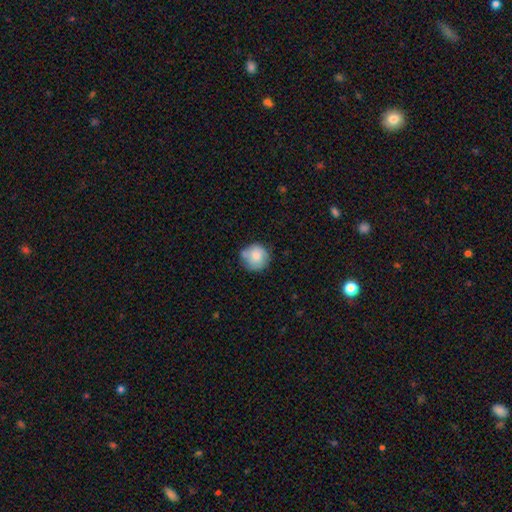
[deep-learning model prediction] Smooth or featured?
  - smooth: 79% *
  - featured or disk: 14%
  - star or artifact: 7%
How rounded?
  - round: 92% *
  - in between: 7%
  - cigar-shaped: 1%
Merging?
  - none: 65% *
  - minor disturbance: 25%
  - merger: 5%
  - major disturbance: 5%